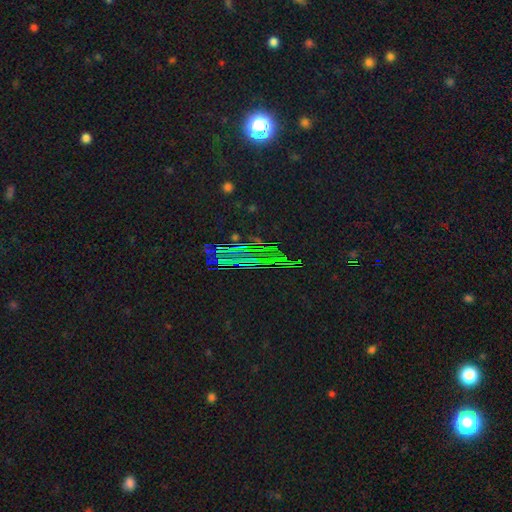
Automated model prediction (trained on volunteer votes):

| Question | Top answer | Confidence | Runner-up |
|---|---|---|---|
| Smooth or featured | star or artifact | 66% | smooth (19%) |